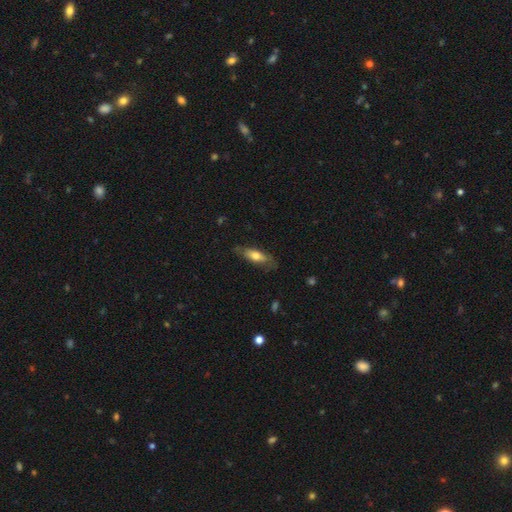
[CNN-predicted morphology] type=smooth (63%); roundness=in between (64%); merging=none (70%).